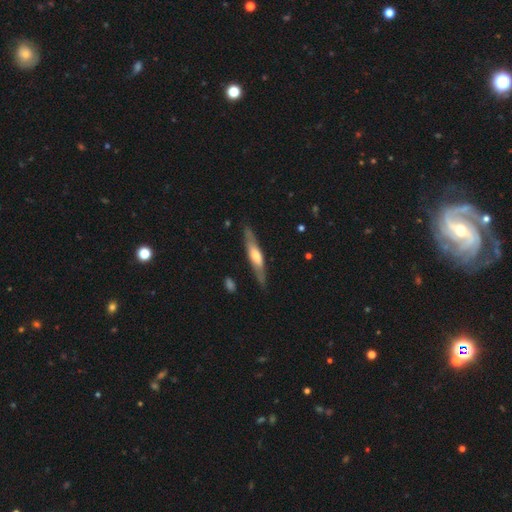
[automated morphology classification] A featured or disk galaxy (59%) viewed edge-on (81%). Merging: none (81%).